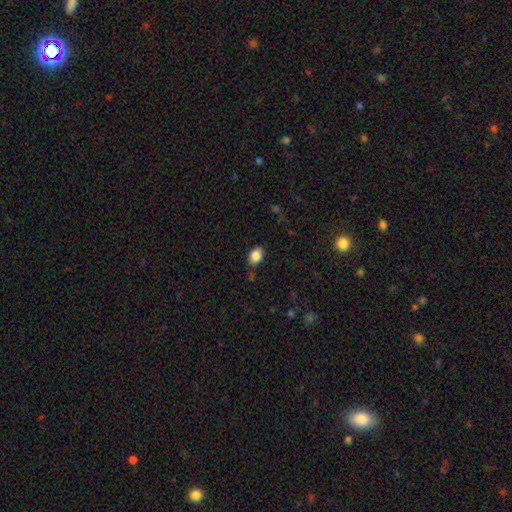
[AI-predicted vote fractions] Overall: smooth (86%). How rounded: in between (69%; round 30%). Merging: none (78%).